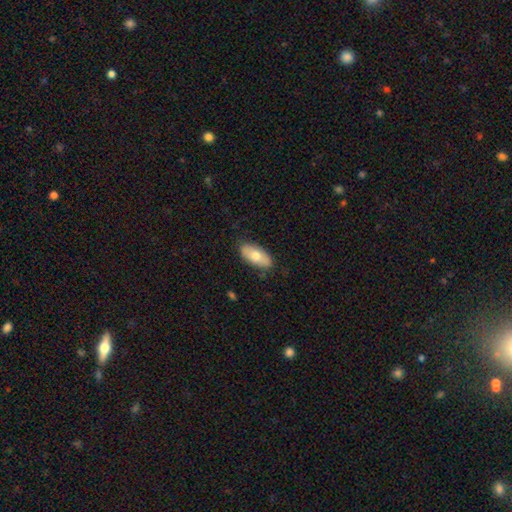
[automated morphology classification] A smooth galaxy with no disk features (70%) that is in between round and cigar-shaped (89%).

Vote fractions:
- Smooth or featured? smooth: 70% / featured or disk: 24% / star or artifact: 6%
- How rounded? in between: 89% / cigar-shaped: 8% / round: 3%
- Merging? none: 83% / minor disturbance: 13% / major disturbance: 2% / merger: 1%